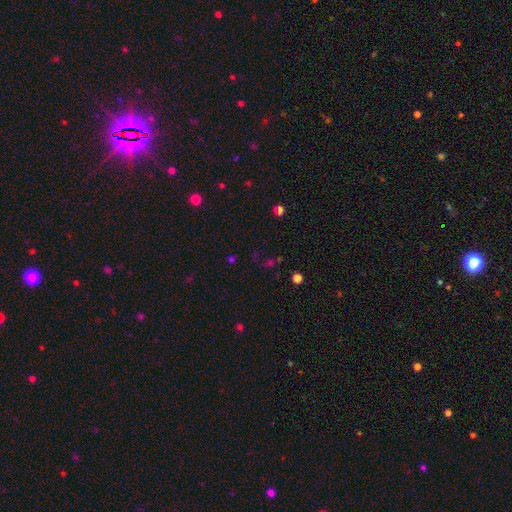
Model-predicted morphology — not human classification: type=star or artifact (55%).